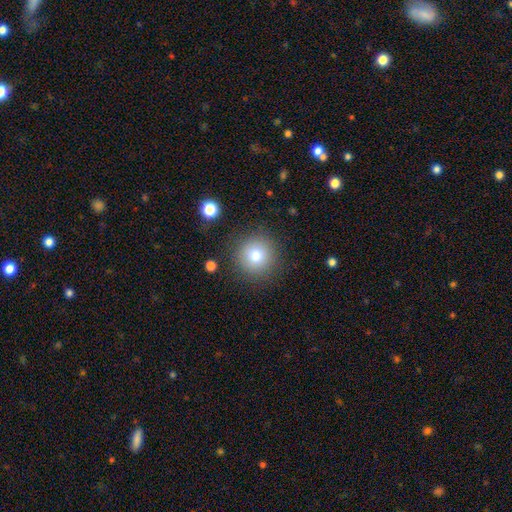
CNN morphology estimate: A smooth galaxy with no disk features (77%) that is round (95%).

Vote fractions:
- Smooth or featured? smooth: 77% / star or artifact: 12% / featured or disk: 11%
- How rounded? round: 95% / in between: 4% / cigar-shaped: 1%
- Merging? none: 87% / minor disturbance: 8% / major disturbance: 3% / merger: 2%